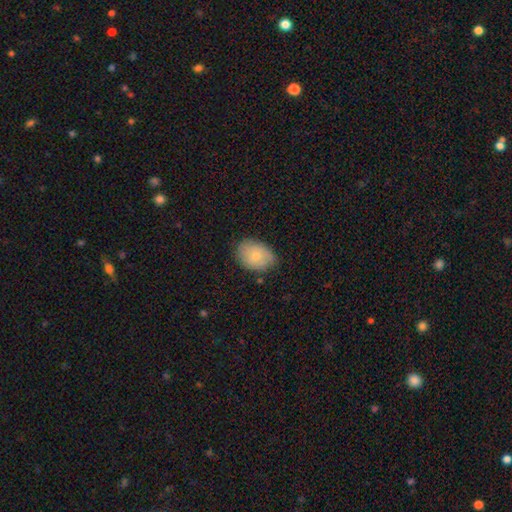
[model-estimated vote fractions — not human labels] Morphology: type=smooth (69%); roundness=in between (79%); merging=none (76%).